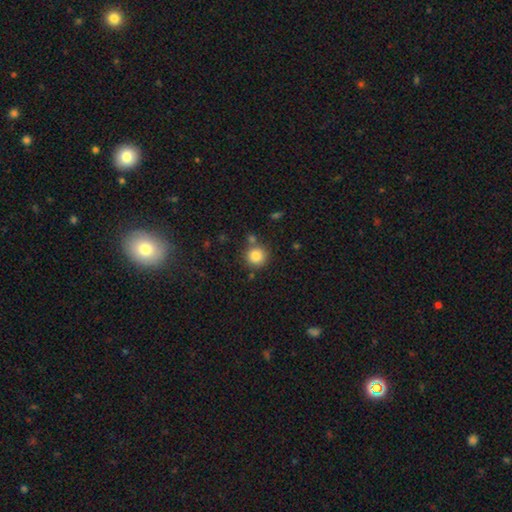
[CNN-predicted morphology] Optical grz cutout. It shows a smooth galaxy with no disk features (84%) that is round (93%). Merging: none (78%).